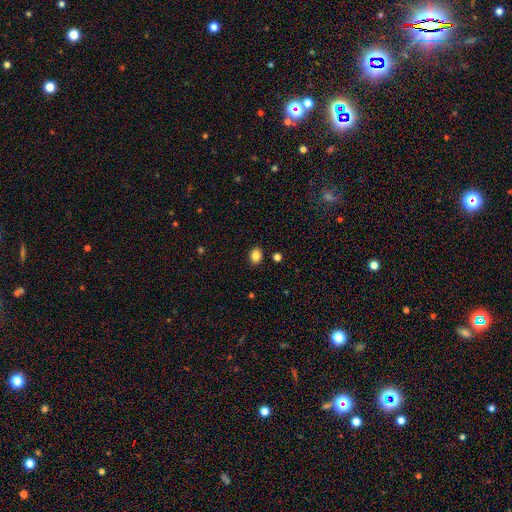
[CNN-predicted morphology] A smooth galaxy with no disk features (85%) that is in between round and cigar-shaped (52%). Merging: none (88%).